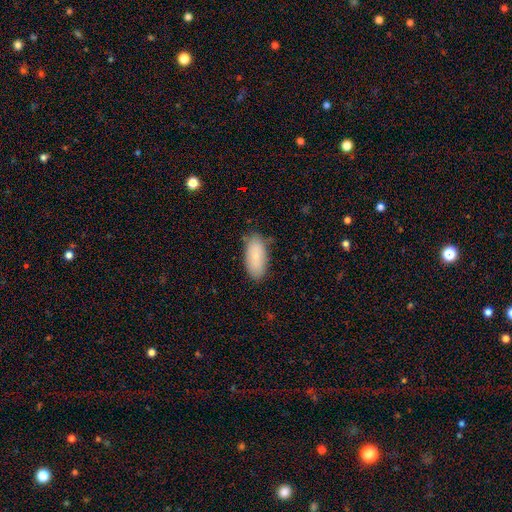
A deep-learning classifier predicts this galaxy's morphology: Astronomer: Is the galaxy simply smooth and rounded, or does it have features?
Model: smooth — 81%.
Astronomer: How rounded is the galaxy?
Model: in between — 89%.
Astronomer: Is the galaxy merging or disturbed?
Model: none — 80%.